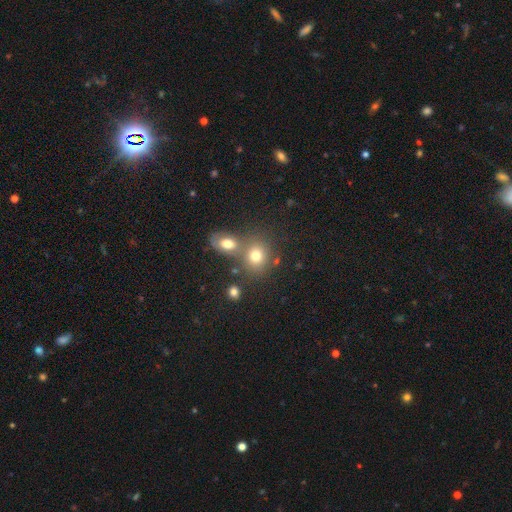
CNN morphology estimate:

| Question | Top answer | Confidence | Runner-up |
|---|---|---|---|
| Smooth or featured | smooth | 74% | star or artifact (14%) |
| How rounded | round | 67% | in between (32%) |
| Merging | none | 51% | merger (35%) |